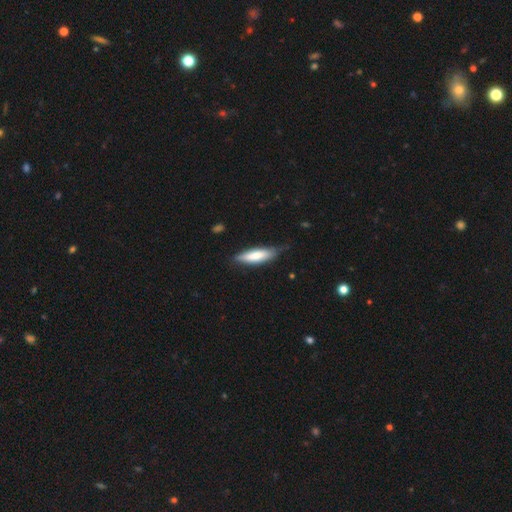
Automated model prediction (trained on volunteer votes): Overall: smooth (71%). How rounded: cigar-shaped (61%; in between 38%). Merging: none (67%).